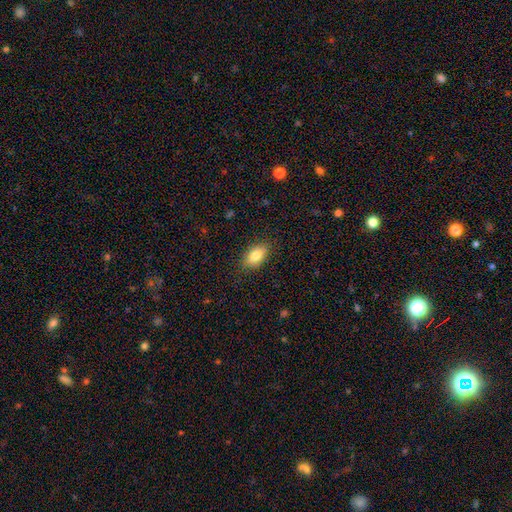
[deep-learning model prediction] Morphology: type=smooth (82%); roundness=in between (90%); merging=none (86%).